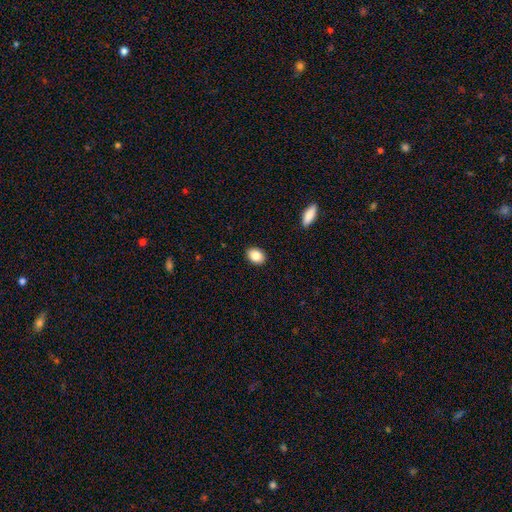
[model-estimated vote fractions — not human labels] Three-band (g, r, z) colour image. It shows a smooth galaxy with no disk features (86%) that is in between round and cigar-shaped (72%). Merging: none (90%).